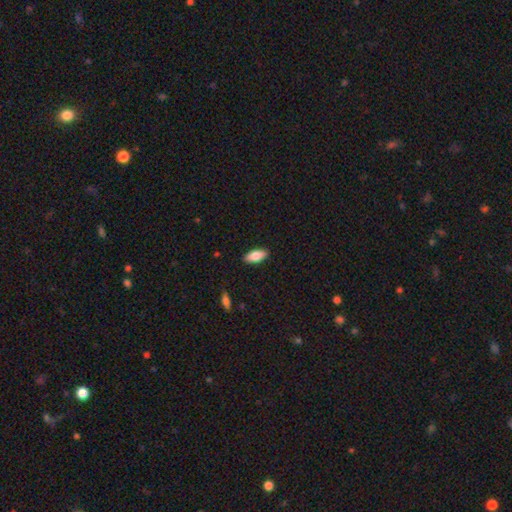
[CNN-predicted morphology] Smooth or featured: smooth — 80% (featured or disk — 14%)
How rounded: in between — 85% (cigar-shaped — 13%)
Merging: none — 88% (minor disturbance — 9%)